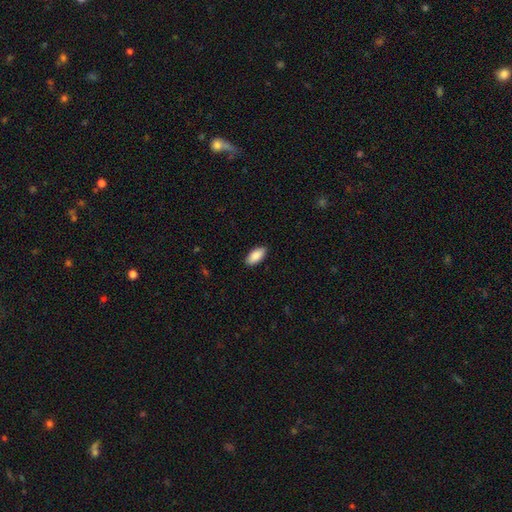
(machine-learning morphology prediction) smooth 89%, star or artifact 6%, featured or disk 5%. Down the decision tree: how rounded — in between (91%); merging — none (89%).